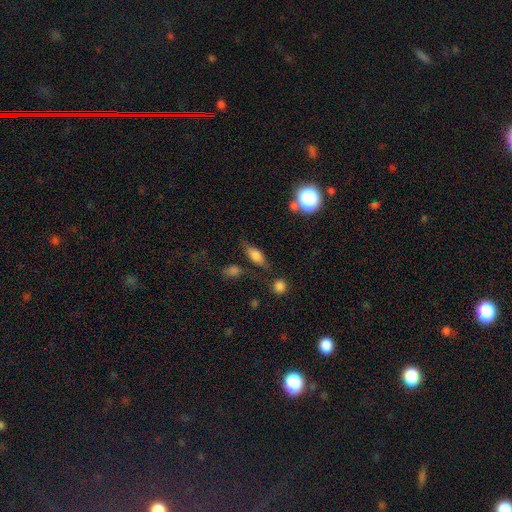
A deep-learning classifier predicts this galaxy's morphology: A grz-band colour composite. It shows a smooth galaxy with no disk features (73%) that is in between round and cigar-shaped (76%). Merging: none (70%).